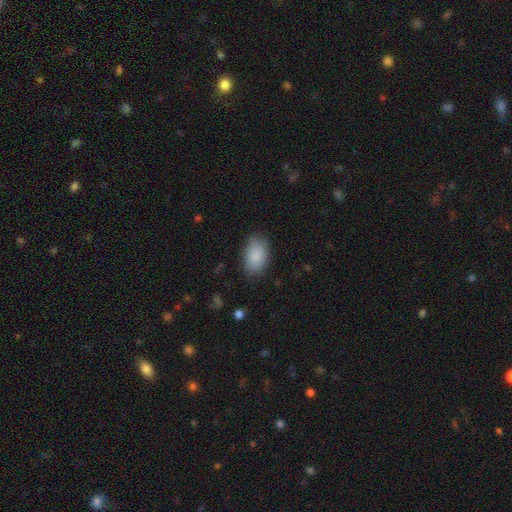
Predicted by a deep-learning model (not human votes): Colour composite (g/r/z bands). It shows a smooth galaxy with no disk features (88%) that is in between round and cigar-shaped (92%). Merging: none (84%).